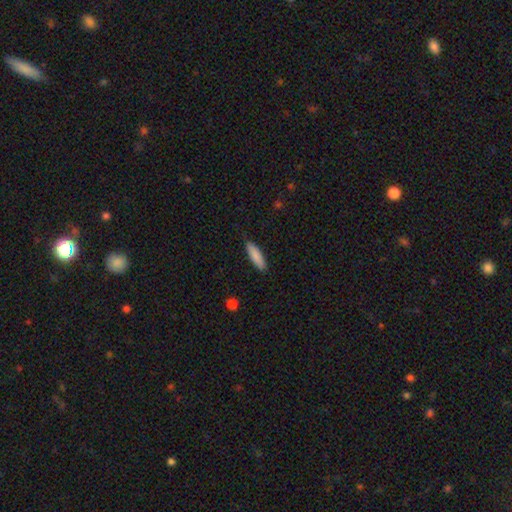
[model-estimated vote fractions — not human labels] Morphology: type=smooth (86%); roundness=cigar-shaped (61%); merging=none (87%).